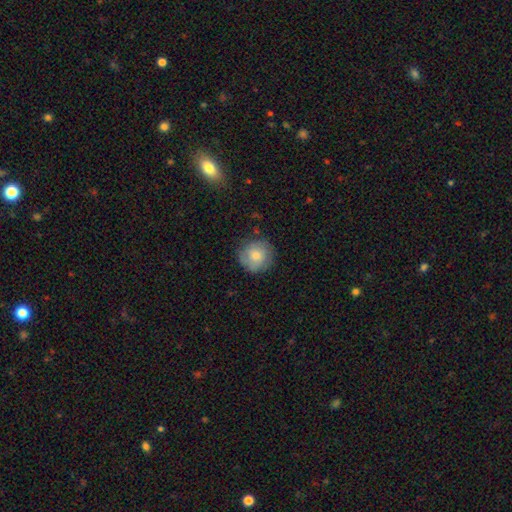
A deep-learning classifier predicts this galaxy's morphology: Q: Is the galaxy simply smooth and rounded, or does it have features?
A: smooth — 74%.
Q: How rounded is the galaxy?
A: round — 93%.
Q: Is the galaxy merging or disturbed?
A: none — 81%.